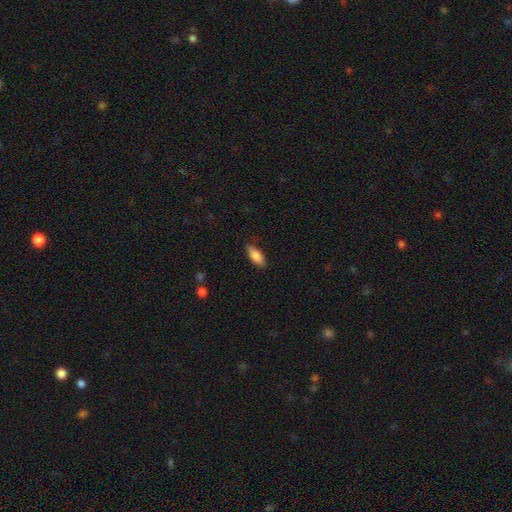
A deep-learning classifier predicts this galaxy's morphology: type=smooth (85%); roundness=in between (75%); merging=none (83%).